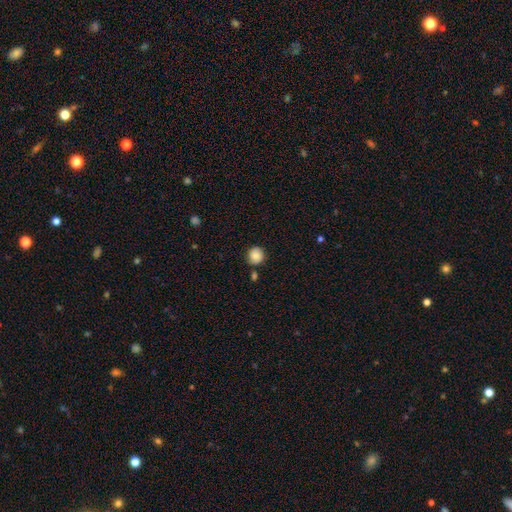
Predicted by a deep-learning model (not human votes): The model was most divided on "merging": none: 77%, minor disturbance: 14%, merger: 6%, major disturbance: 3%. More confident: how rounded — round (90%); smooth or featured — smooth (84%).